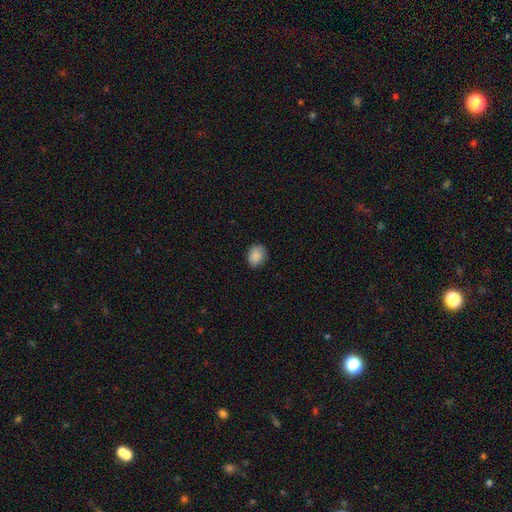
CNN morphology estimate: Smooth or featured?
  - smooth: 88% *
  - star or artifact: 8%
  - featured or disk: 4%
How rounded?
  - round: 50% * (tied)
  - in between: 50% * (tied)
  - cigar-shaped: 1%
Merging?
  - none: 82% *
  - minor disturbance: 14%
  - major disturbance: 3%
  - merger: 1%